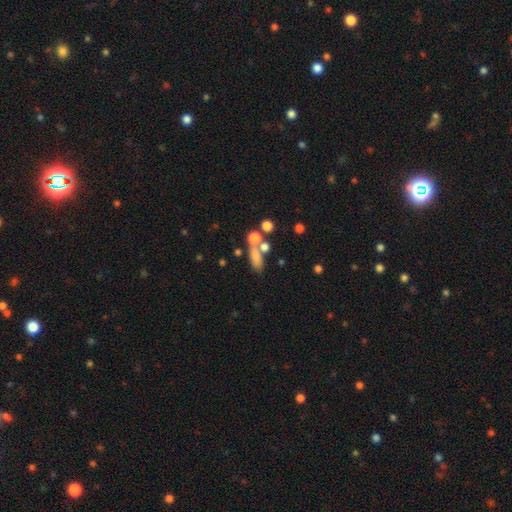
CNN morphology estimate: Smooth or featured? smooth (70%)
How rounded? in between (50%)
Merging? none (49%)